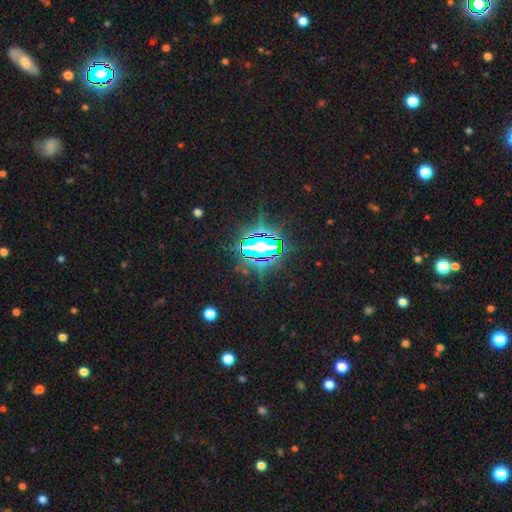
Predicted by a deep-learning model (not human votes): A star or artifact, not a galaxy (83%).